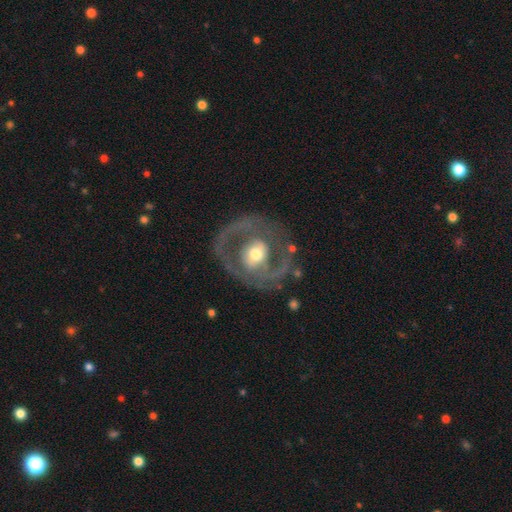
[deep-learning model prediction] This appears to be a featured or disk galaxy (75%) with no bar (42%), spiral arms (57%) and a moderate central bulge (68%). Merging: none (72%).